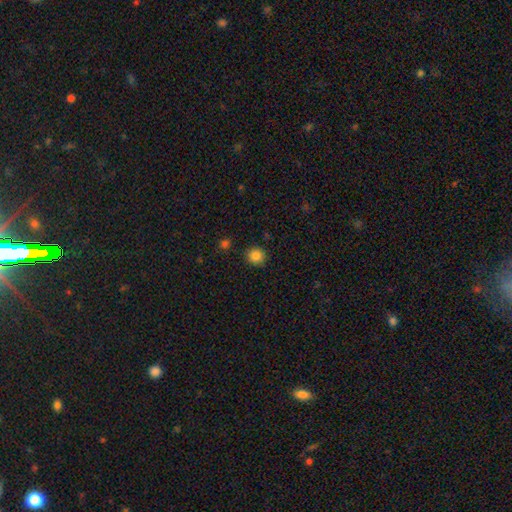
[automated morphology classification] smooth_or_featured: smooth (p=0.85) [alt: star or artifact p=0.11]
how_rounded: round (p=0.90) [alt: in between p=0.09]
merging: none (p=0.89) [alt: minor disturbance p=0.07]